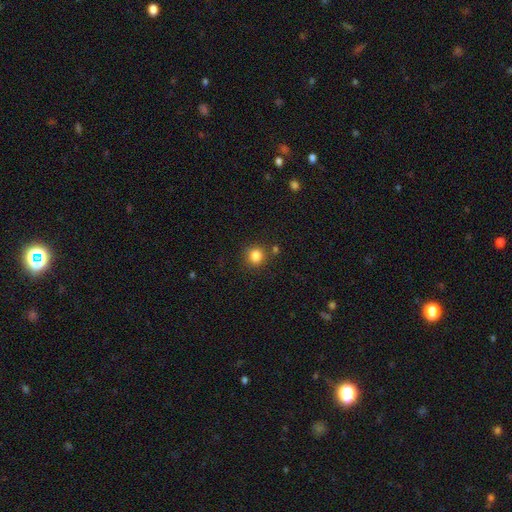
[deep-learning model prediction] A smooth galaxy with no disk features (84%) that is round (88%).

Vote fractions:
- Smooth or featured? smooth: 84% / star or artifact: 11% / featured or disk: 5%
- How rounded? round: 88% / in between: 11% / cigar-shaped: 1%
- Merging? none: 83% / minor disturbance: 9% / merger: 6% / major disturbance: 3%